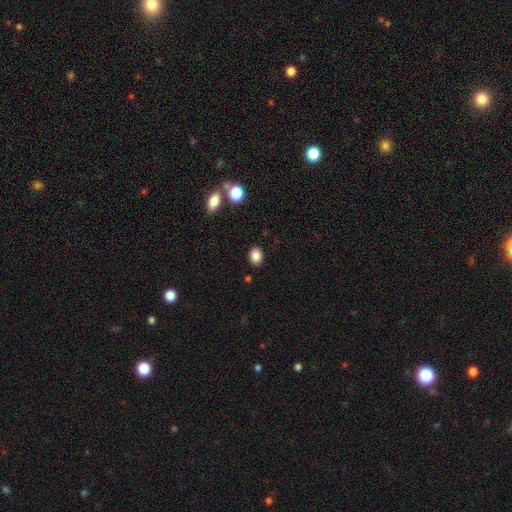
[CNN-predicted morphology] A smooth galaxy with no disk features (86%) that is in between round and cigar-shaped (66%). Merging: none (87%).